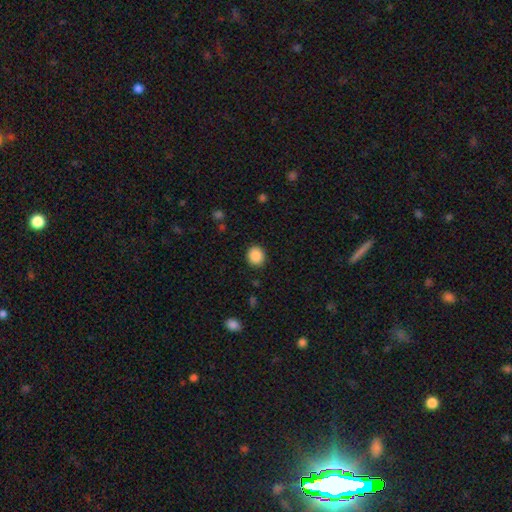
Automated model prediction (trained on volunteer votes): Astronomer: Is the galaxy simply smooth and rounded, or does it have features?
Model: smooth — 89%.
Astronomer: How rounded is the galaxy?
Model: round — 80%.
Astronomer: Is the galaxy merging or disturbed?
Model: none — 90%.